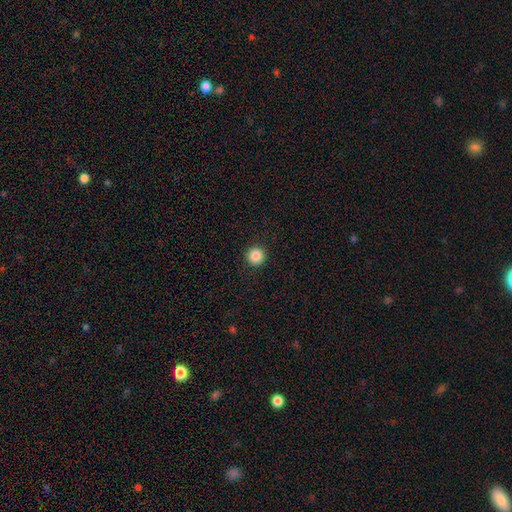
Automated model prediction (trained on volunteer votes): A smooth galaxy with no disk features (86%) that is round (96%).

Vote fractions:
- Smooth or featured? smooth: 86% / star or artifact: 10% / featured or disk: 4%
- How rounded? round: 96% / in between: 3% / cigar-shaped: 1%
- Merging? none: 93% / minor disturbance: 4% / major disturbance: 2% / merger: 1%